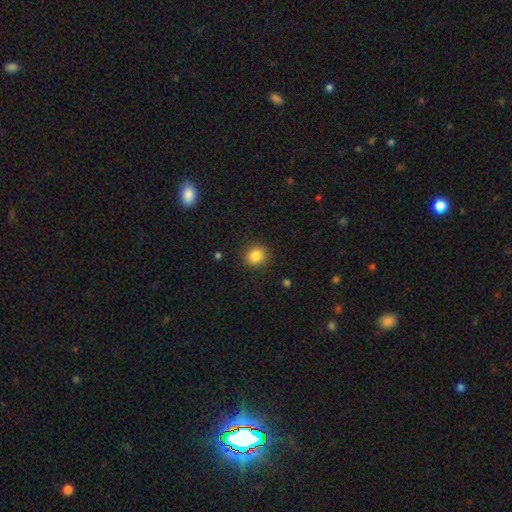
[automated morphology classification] A smooth galaxy with no disk features (85%) that is round (89%). Merging: none (90%).